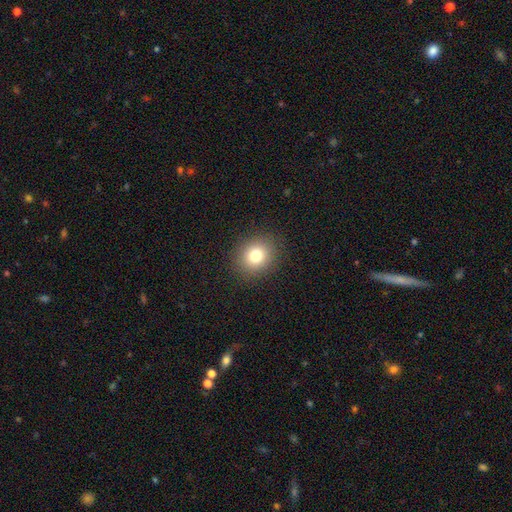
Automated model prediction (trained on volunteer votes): Q: Smooth or featured?
A: smooth (79%); runner-up: star or artifact (13%)
Q: How rounded?
A: round (72%); runner-up: in between (27%)
Q: Merging?
A: none (89%); runner-up: minor disturbance (7%)